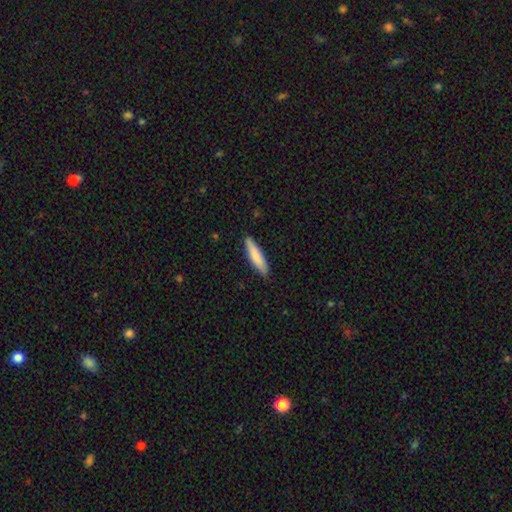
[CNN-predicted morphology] Smooth or featured? Predicted: smooth (p=0.81). How rounded? Predicted: cigar-shaped (p=0.81). Merging? Predicted: none (p=0.88).